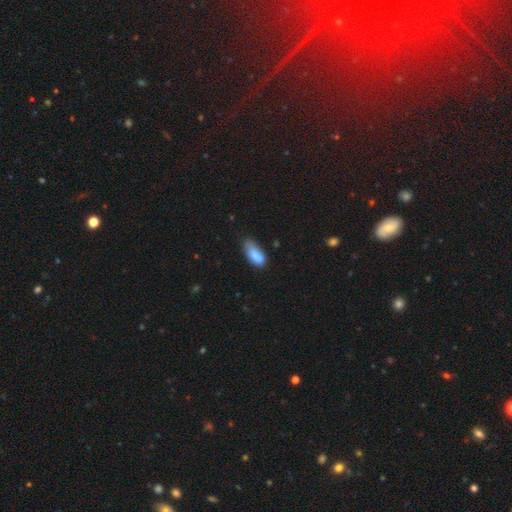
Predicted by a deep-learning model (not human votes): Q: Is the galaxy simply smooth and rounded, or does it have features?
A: smooth — 82%.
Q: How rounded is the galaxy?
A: in between — 84%.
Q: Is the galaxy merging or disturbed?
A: none — 49%.